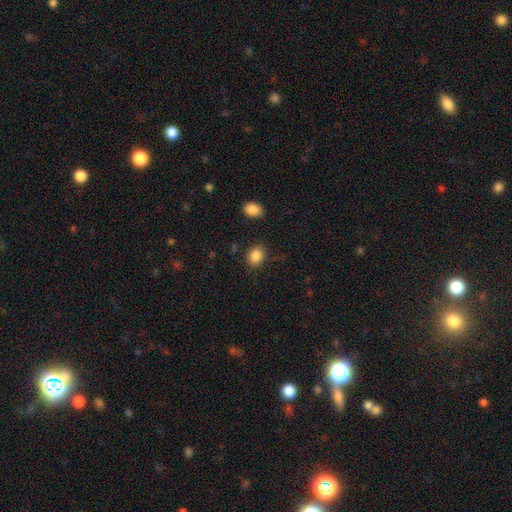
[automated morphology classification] Smooth or featured: smooth — 87% (star or artifact — 9%)
How rounded: round — 54% (in between — 45%)
Merging: none — 82% (minor disturbance — 11%)